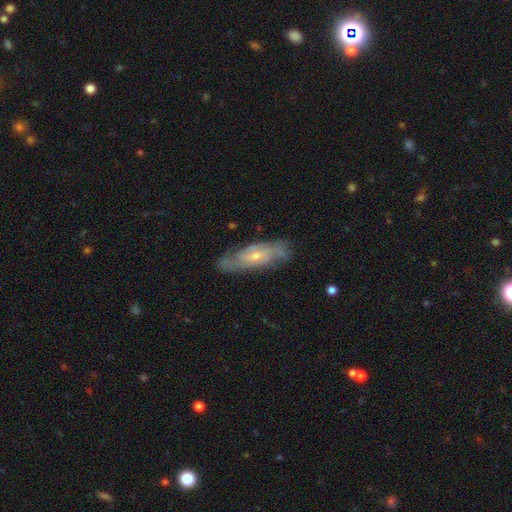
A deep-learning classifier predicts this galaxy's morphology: type=featured or disk (73%); edge-on=no (80%); bar=no (60%); spiral arms=yes (87%); winding=tight (45%); arm count=2 (42%); bulge=small (61%); merging=none (75%).